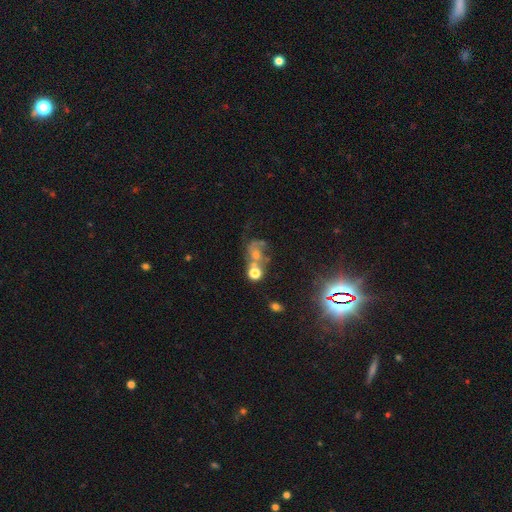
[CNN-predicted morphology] smooth-or-featured: featured or disk: 39% | smooth: 33% | star or artifact: 28%
  merging: none: 32% (tied) | merger: 32% (tied) | major disturbance: 20% | minor disturbance: 16%